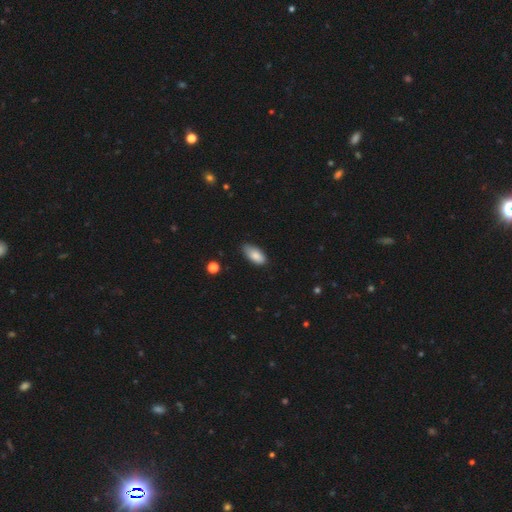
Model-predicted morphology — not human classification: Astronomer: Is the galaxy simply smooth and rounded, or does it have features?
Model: smooth — 85%.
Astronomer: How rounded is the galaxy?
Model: in between — 91%.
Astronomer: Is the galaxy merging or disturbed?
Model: none — 73%.